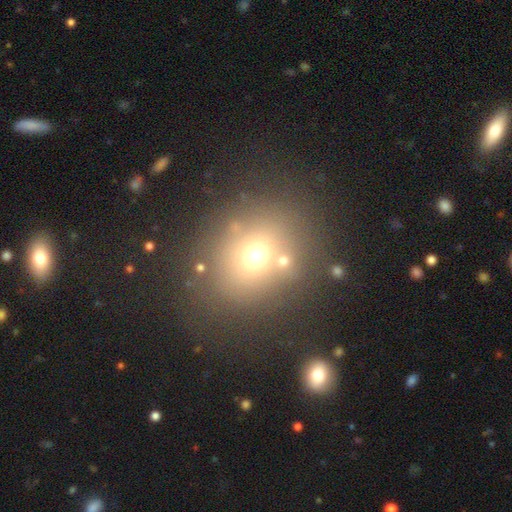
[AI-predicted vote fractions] The model was most divided on "how rounded": round: 70%, in between: 29%, cigar-shaped: 1%. More confident: merging — none (74%); smooth or featured — smooth (66%).